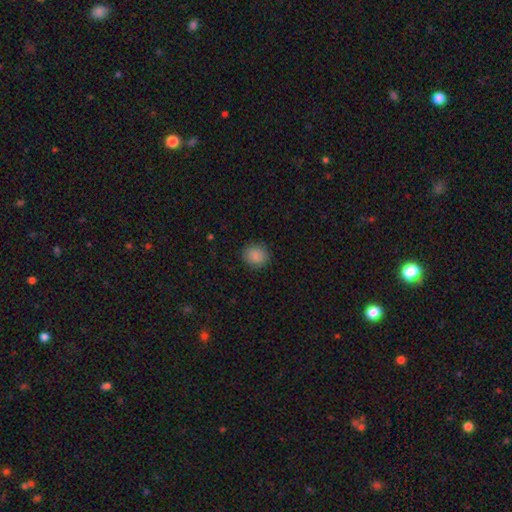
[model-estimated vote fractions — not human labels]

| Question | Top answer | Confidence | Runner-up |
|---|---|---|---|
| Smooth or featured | smooth | 87% | star or artifact (9%) |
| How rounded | round | 73% | in between (26%) |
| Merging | none | 87% | minor disturbance (9%) |